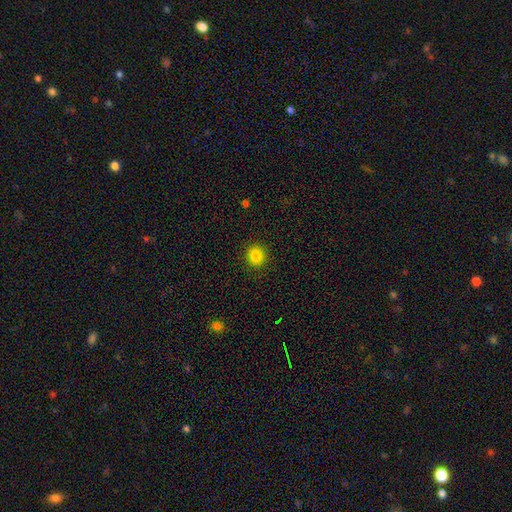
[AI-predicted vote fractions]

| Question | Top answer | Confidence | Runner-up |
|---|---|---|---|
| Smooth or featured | smooth | 84% | star or artifact (12%) |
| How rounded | round | 87% | in between (12%) |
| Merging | none | 91% | minor disturbance (6%) |